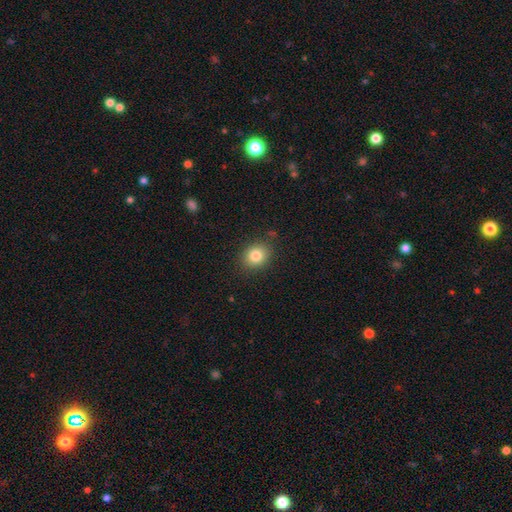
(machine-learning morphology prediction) Smooth or featured? Predicted: smooth (p=0.83). How rounded? Predicted: round (p=0.61). Merging? Predicted: none (p=0.86).